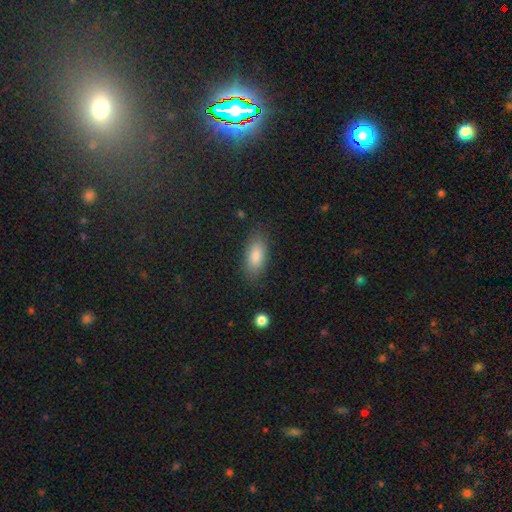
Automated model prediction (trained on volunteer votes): This is clearly a smooth galaxy (83%). How rounded: clearly in between (84%). Merging: clearly none (83%).